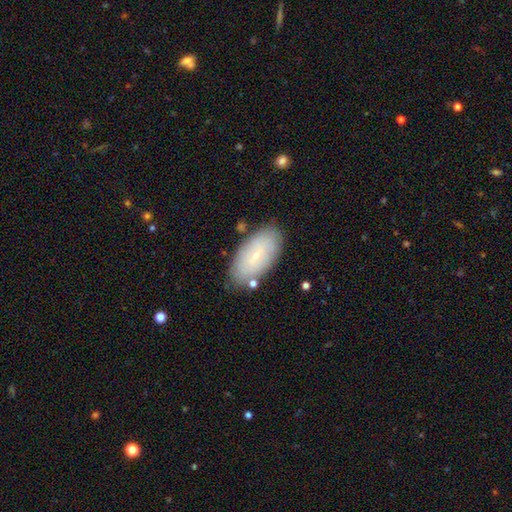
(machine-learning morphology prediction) Q: Smooth or featured?
A: smooth (54%); runner-up: featured or disk (38%)
Q: How rounded?
A: in between (94%); runner-up: round (3%)
Q: Merging?
A: none (80%); runner-up: minor disturbance (14%)